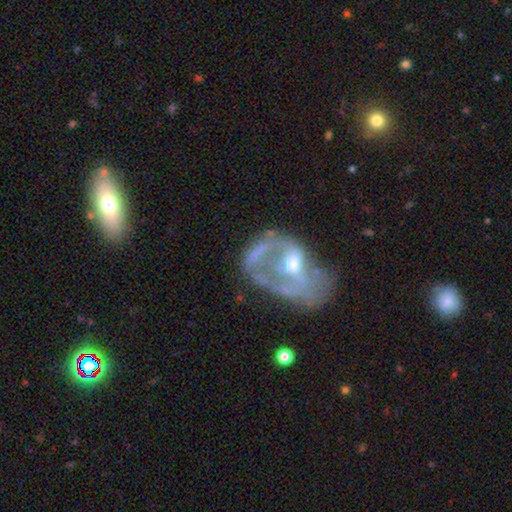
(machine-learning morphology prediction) The model was most divided on "merging": major disturbance: 41%, none: 28%, minor disturbance: 17%, merger: 14%. More confident: edge-on disk — no (96%); spiral arms — no (70%); bar — no (68%); smooth or featured — featured or disk (62%); bulge size — moderate (55%).